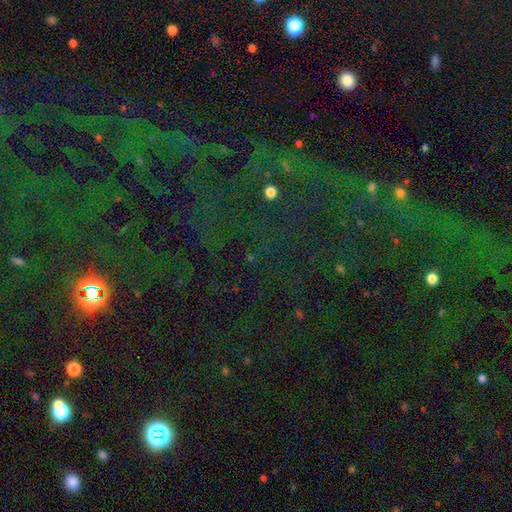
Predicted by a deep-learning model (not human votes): This is likely a star or artifact rather than a galaxy (79%).